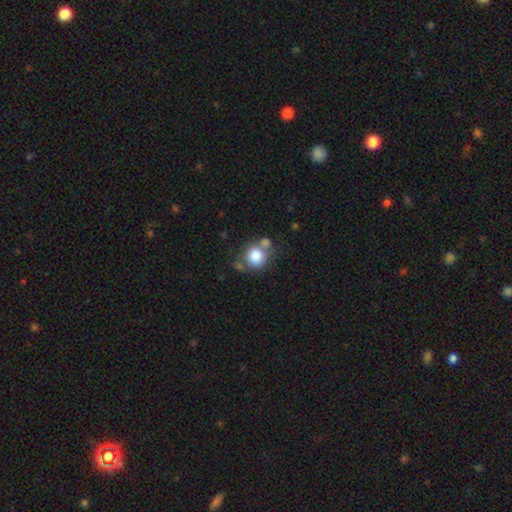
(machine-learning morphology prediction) A smooth galaxy with no disk features (81%) that is round (85%). Merging: none (56%).